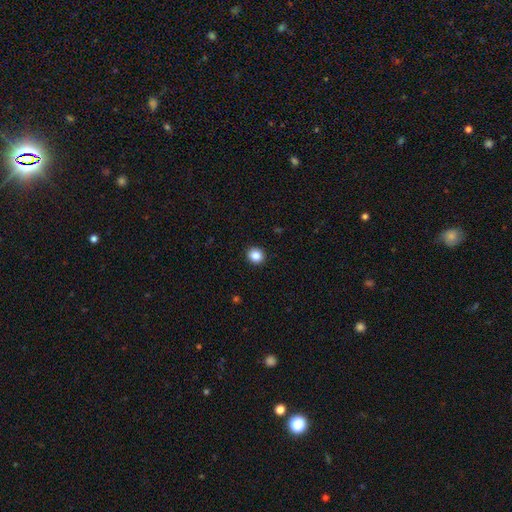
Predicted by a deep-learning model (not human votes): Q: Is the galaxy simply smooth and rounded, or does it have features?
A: smooth — 85%.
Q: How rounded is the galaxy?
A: round — 87%.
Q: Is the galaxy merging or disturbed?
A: none — 93%.